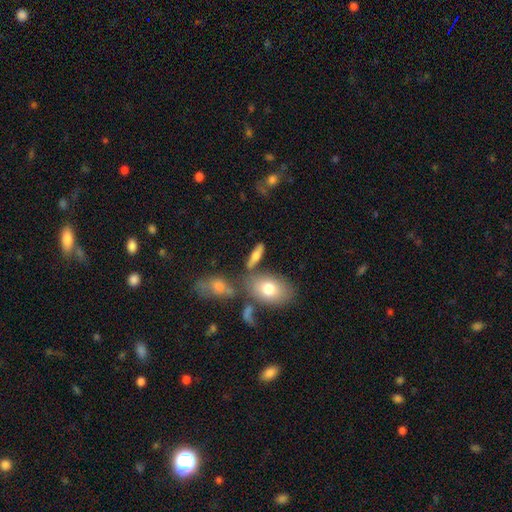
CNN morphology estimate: smooth-or-featured: smooth: 61% | featured or disk: 30% | star or artifact: 9%
  how-rounded: in between: 56% | cigar-shaped: 36% | round: 8%
  merging: none: 62% | merger: 18% | minor disturbance: 14% | major disturbance: 6%